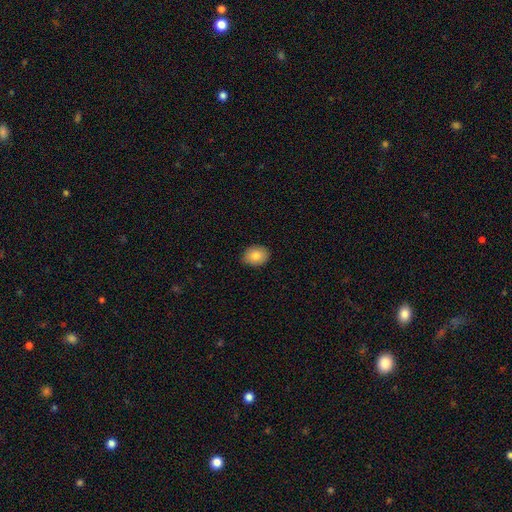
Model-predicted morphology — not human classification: A smooth galaxy with no disk features (83%) that is in between round and cigar-shaped (62%). Merging: none (88%).